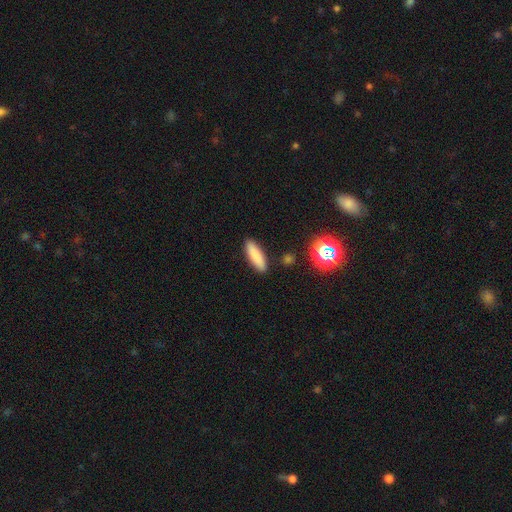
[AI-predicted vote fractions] smooth_or_featured: smooth (p=0.84) [alt: star or artifact p=0.08]
how_rounded: cigar-shaped (p=0.58) [alt: in between p=0.40]
merging: none (p=0.88) [alt: minor disturbance p=0.08]